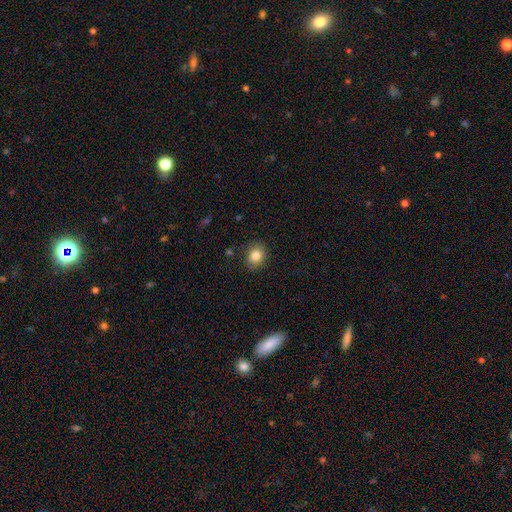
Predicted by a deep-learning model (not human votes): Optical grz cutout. It shows a smooth galaxy with no disk features (84%) that is round (64%). Merging: none (87%).